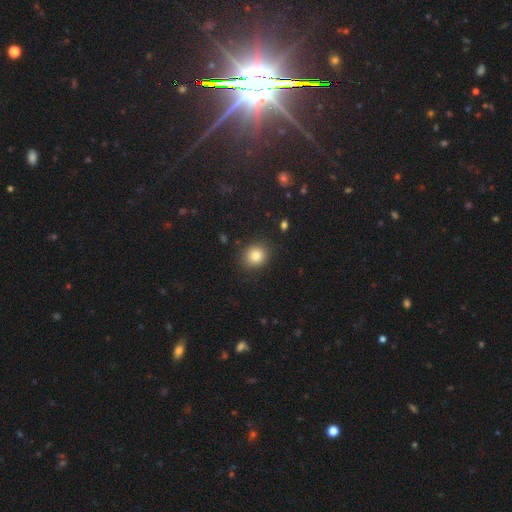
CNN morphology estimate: Smooth or featured? Predicted: smooth (p=0.83). How rounded? Predicted: round (p=0.77). Merging? Predicted: none (p=0.88).